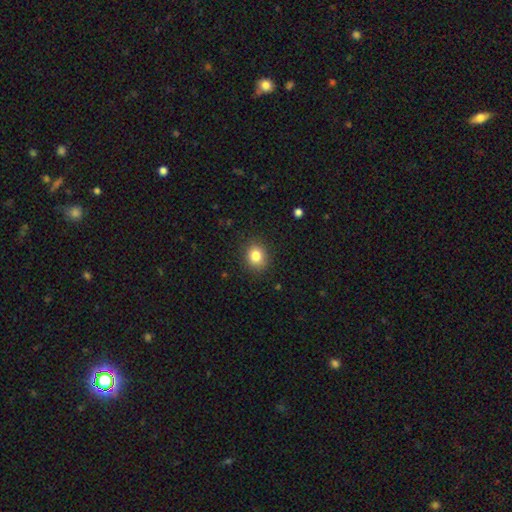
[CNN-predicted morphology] Smooth or featured: smooth — 83% (star or artifact — 10%)
How rounded: round — 68% (in between — 31%)
Merging: none — 88% (minor disturbance — 9%)